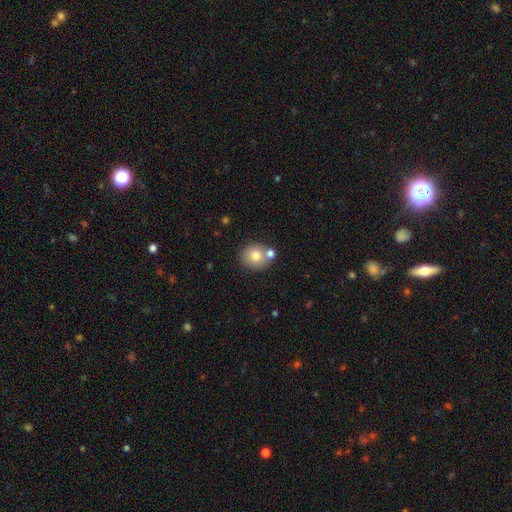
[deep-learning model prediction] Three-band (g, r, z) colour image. It shows a smooth galaxy with no disk features (76%) that is round (83%). Merging: none (64%).